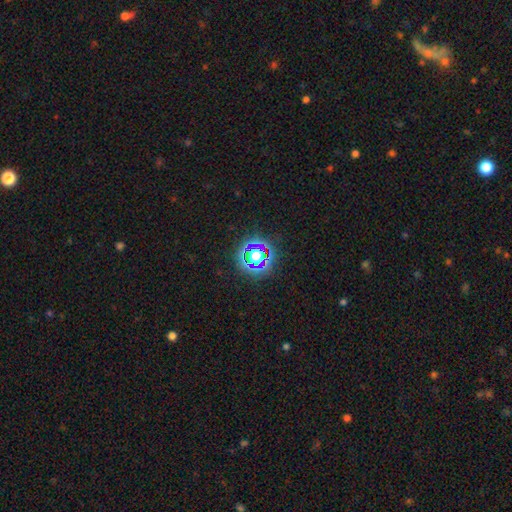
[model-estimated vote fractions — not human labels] This appears to be a star or artifact, not a galaxy (60%).